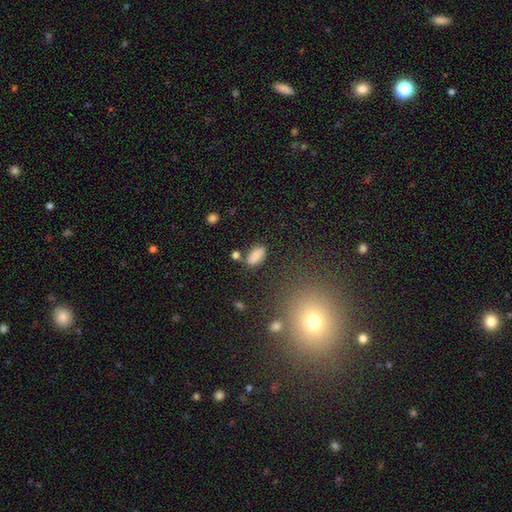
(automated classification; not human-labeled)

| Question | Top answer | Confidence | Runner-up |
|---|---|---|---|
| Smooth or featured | smooth | 81% | star or artifact (10%) |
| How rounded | in between | 90% | cigar-shaped (6%) |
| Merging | none | 71% | minor disturbance (15%) |